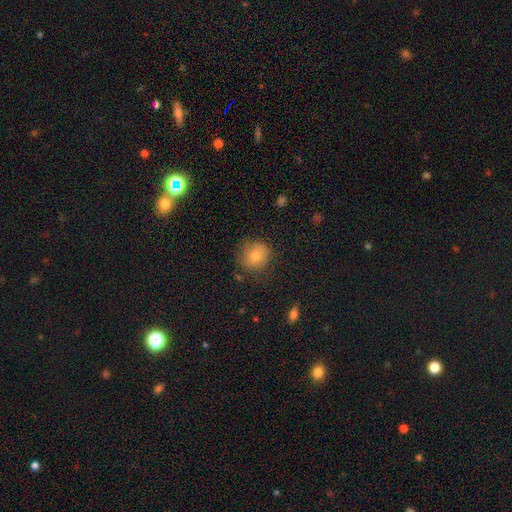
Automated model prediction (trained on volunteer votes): This is likely a smooth galaxy (71%). How rounded: clearly round (89%). Merging: likely none (77%).